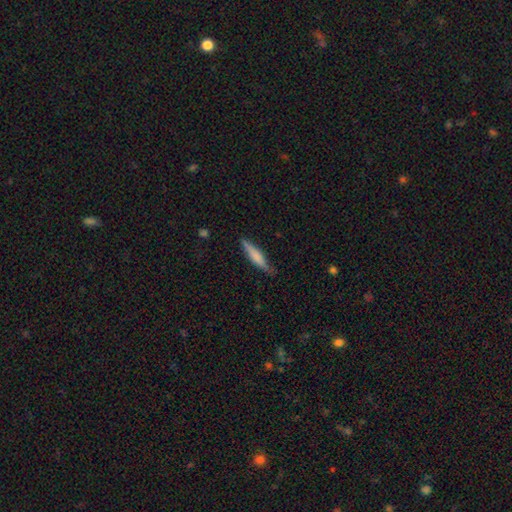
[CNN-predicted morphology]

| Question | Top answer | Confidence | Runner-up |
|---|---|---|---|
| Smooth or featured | smooth | 66% | featured or disk (29%) |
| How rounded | cigar-shaped | 87% | in between (12%) |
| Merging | none | 80% | minor disturbance (16%) |